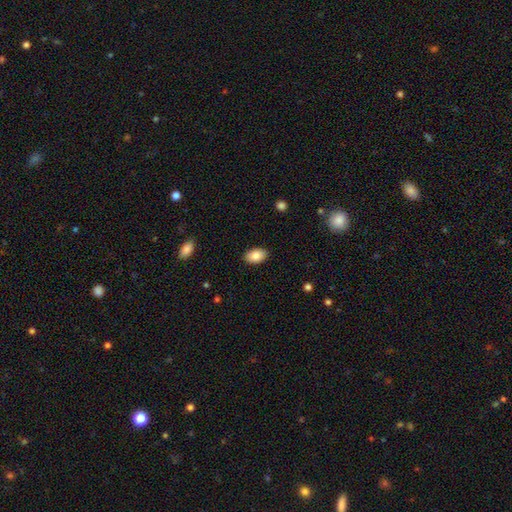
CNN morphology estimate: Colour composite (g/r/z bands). It shows a smooth galaxy with no disk features (85%) that is in between round and cigar-shaped (93%). Merging: none (88%).